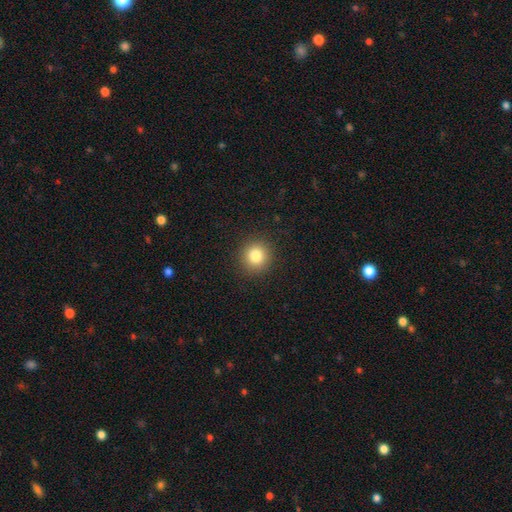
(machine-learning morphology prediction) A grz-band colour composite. It shows a smooth galaxy with no disk features (83%) that is round (92%). Merging: none (91%).